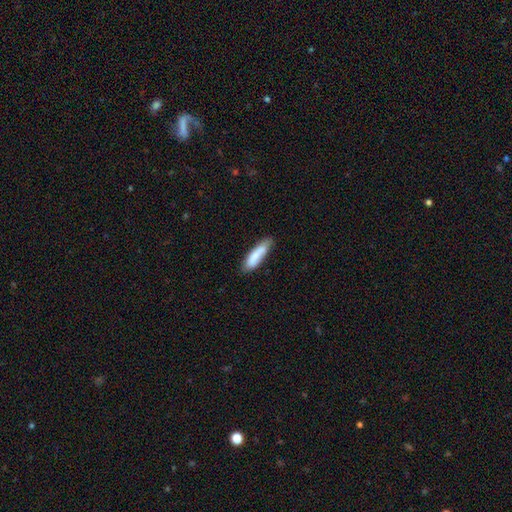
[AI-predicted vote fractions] Smooth or featured?
  - smooth: 80% *
  - featured or disk: 14%
  - star or artifact: 6%
How rounded?
  - cigar-shaped: 61% *
  - in between: 37%
  - round: 1%
Merging?
  - none: 67% *
  - minor disturbance: 25%
  - major disturbance: 5%
  - merger: 3%